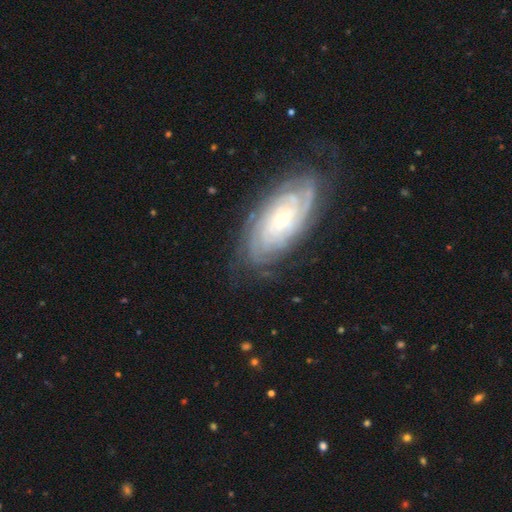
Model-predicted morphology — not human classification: Smooth or featured? Predicted: featured or disk (p=0.81). Edge-on disk? Predicted: no (p=0.92). Bar? Predicted: no (p=0.76). Spiral arms? Predicted: yes (p=0.95). Spiral winding? Predicted: tight (p=0.78). Spiral arm count? Predicted: can't tell (p=0.42). Bulge size? Predicted: small (p=0.67). Merging? Predicted: none (p=0.79).